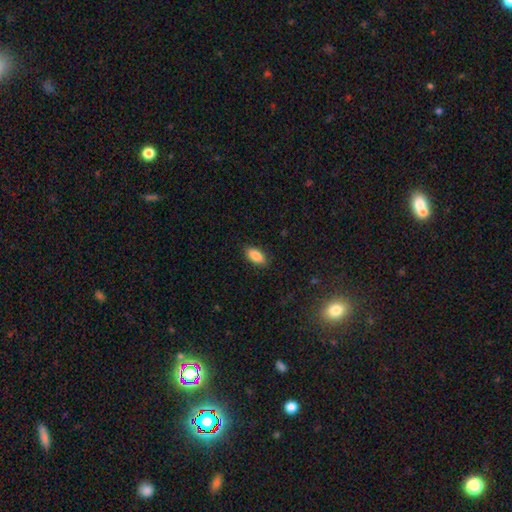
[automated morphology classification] Overall: smooth (87%). How rounded: in between (90%). Merging: none (87%).